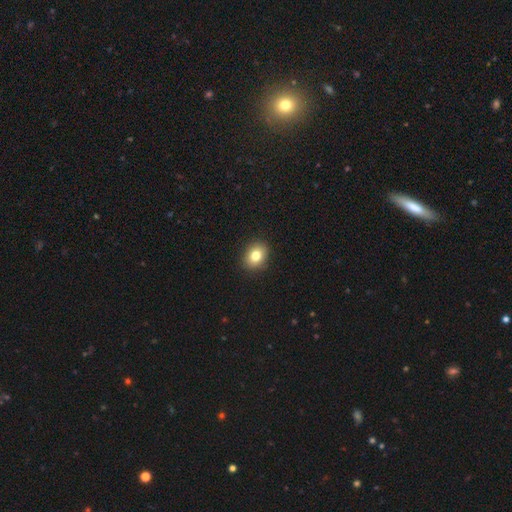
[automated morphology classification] Smooth or featured? Predicted: smooth (p=0.82). How rounded? Predicted: in between (p=0.53). Merging? Predicted: none (p=0.89).